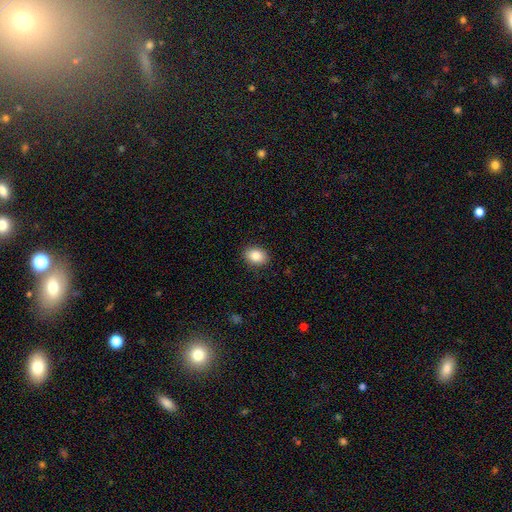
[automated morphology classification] The model was most divided on "how rounded": in between: 74%, round: 25%, cigar-shaped: 1%. More confident: merging — none (88%); smooth or featured — smooth (87%).